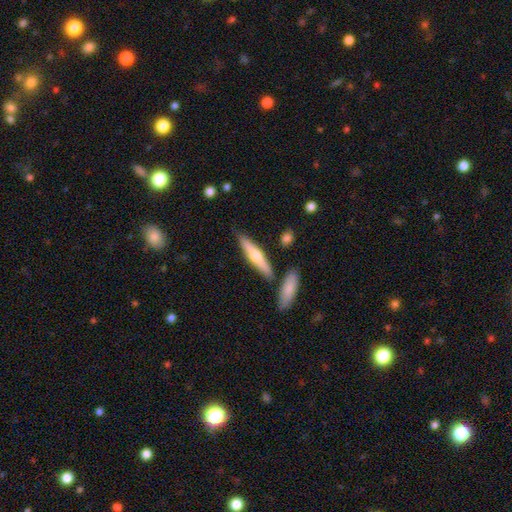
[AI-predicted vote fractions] Smooth or featured?
  - featured or disk: 48% *
  - smooth: 46%
  - star or artifact: 5%
Merging?
  - none: 80% *
  - minor disturbance: 10%
  - merger: 7%
  - major disturbance: 2%